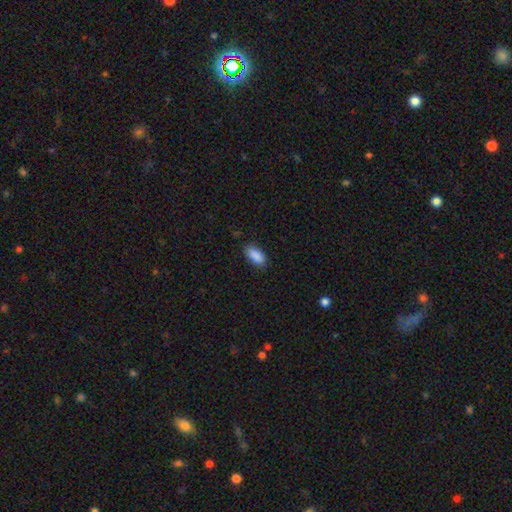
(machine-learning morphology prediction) Smooth or featured? smooth (89%)
How rounded? in between (89%)
Merging? none (82%)